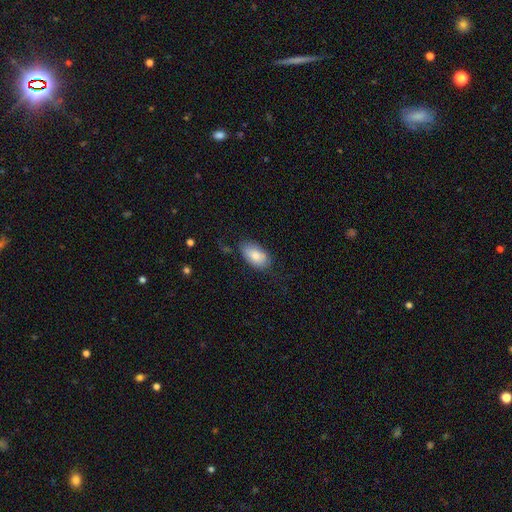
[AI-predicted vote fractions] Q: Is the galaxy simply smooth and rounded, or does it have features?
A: smooth — 81%.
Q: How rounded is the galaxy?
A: in between — 94%.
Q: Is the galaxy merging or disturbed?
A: none — 69%.